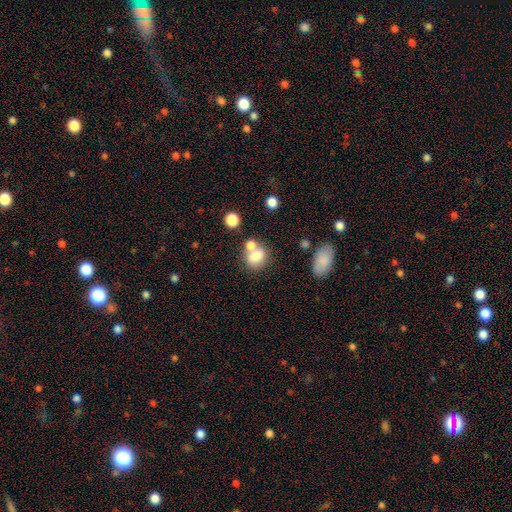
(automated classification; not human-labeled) This is likely a smooth galaxy (76%). How rounded: possibly round (57%). Merging: possibly none (45%).